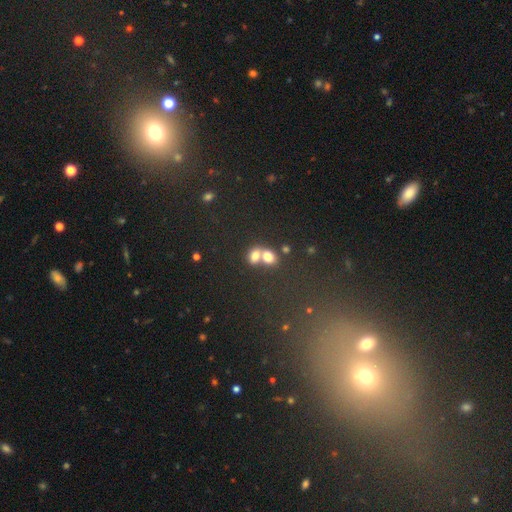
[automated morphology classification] A smooth galaxy with no disk features (73%) that is in between round and cigar-shaped (59%). Merging: merger (68%).